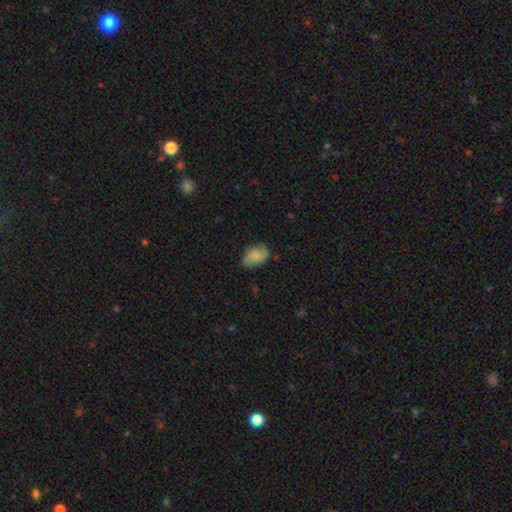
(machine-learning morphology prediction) Smooth or featured: smooth — 73% (featured or disk — 19%)
How rounded: in between — 89% (round — 10%)
Merging: none — 76% (minor disturbance — 19%)